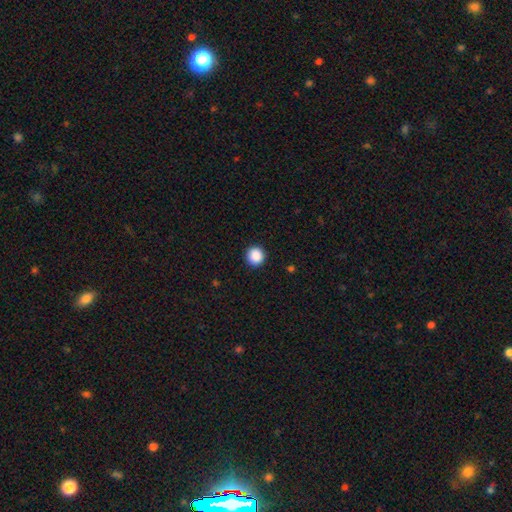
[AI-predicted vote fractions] smooth-or-featured: smooth: 88% | star or artifact: 9% | featured or disk: 3%
  how-rounded: round: 94% | in between: 5% | cigar-shaped: 1%
  merging: none: 93% | minor disturbance: 4% | major disturbance: 2% | merger: 1%